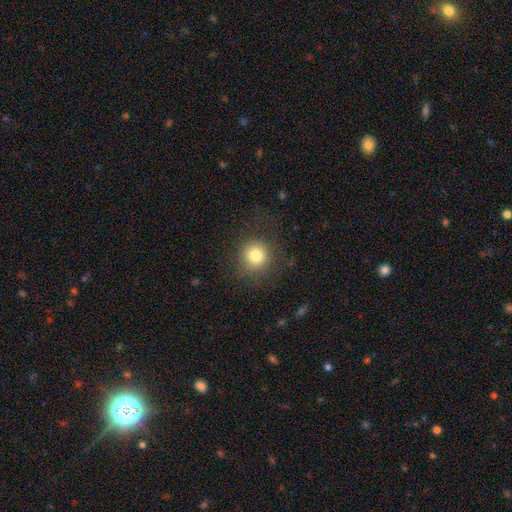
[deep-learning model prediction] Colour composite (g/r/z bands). It shows a smooth galaxy with no disk features (80%) that is round (93%). Merging: none (83%).